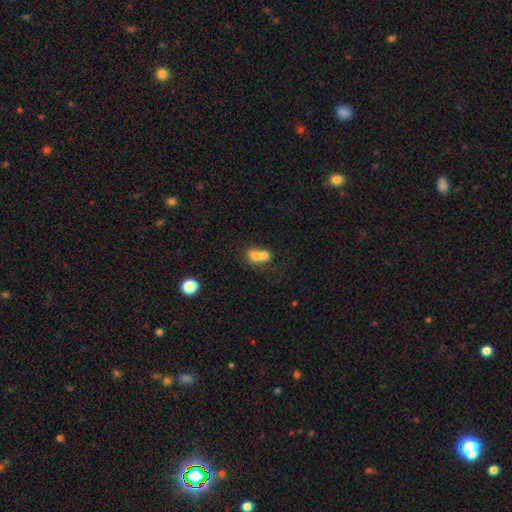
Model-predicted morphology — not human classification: smooth_or_featured: smooth (p=0.72) [alt: featured or disk p=0.18]
how_rounded: round (p=0.60) [alt: in between p=0.39]
merging: merger (p=0.71) [alt: none p=0.21]